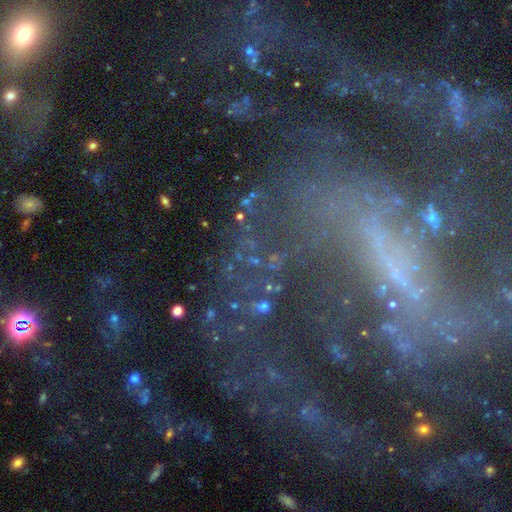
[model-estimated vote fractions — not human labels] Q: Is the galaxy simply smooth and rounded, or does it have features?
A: featured or disk — 48%.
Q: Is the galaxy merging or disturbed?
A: none — 55%.